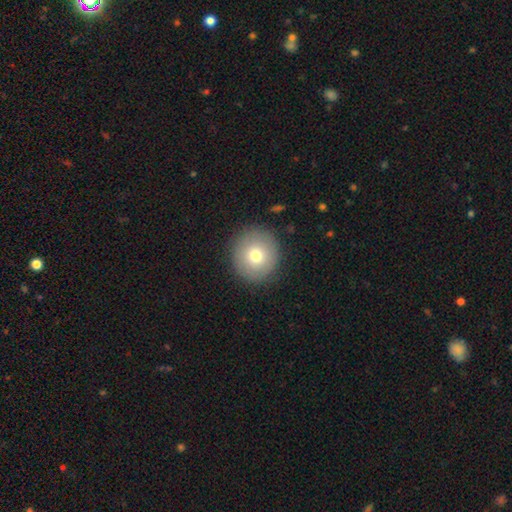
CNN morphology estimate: smooth 74%, featured or disk 16%, star or artifact 10%. Down the decision tree: how rounded — round (92%); merging — none (89%).